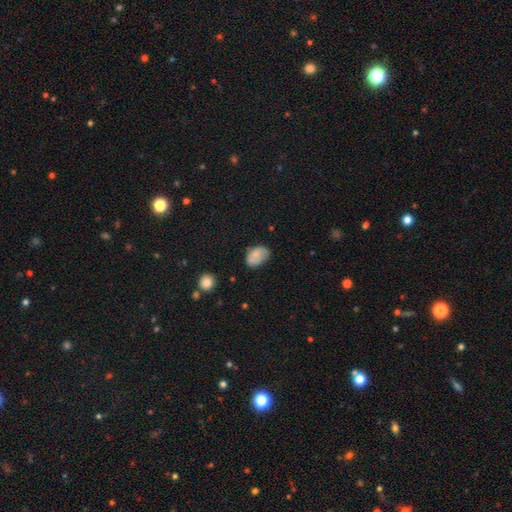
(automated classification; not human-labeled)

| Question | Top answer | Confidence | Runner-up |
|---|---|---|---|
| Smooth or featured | smooth | 74% | featured or disk (17%) |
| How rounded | in between | 83% | round (16%) |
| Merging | none | 55% | minor disturbance (33%) |